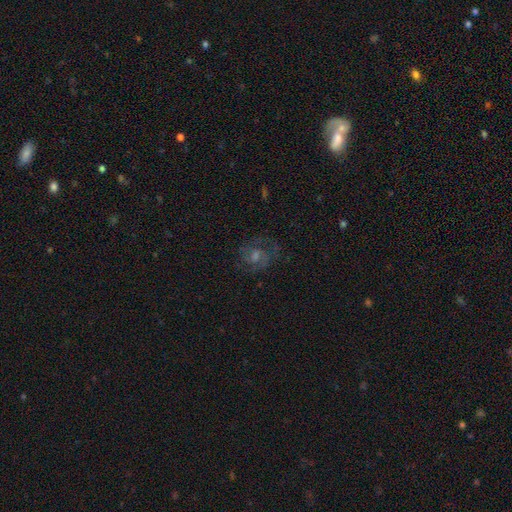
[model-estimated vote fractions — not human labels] A featured or disk galaxy (58%) with no bar (53%), spiral arms (82%) and a moderate central bulge (46%). Merging: none (71%).